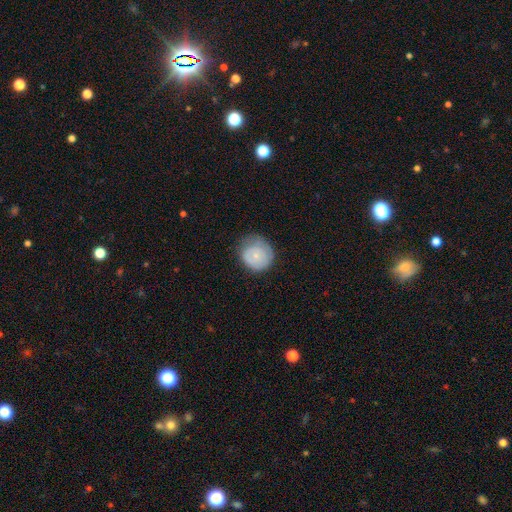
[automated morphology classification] The model was most divided on "merging": none: 57%, minor disturbance: 31%, major disturbance: 11%, merger: 1%. More confident: how rounded — round (86%); smooth or featured — smooth (64%).